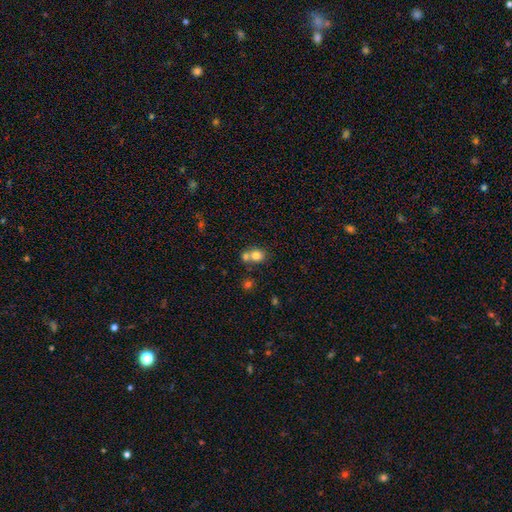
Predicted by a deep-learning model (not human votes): smooth_or_featured: smooth (p=0.78) [alt: star or artifact p=0.11]
how_rounded: round (p=0.73) [alt: in between p=0.26]
merging: merger (p=0.48) [alt: none p=0.41]